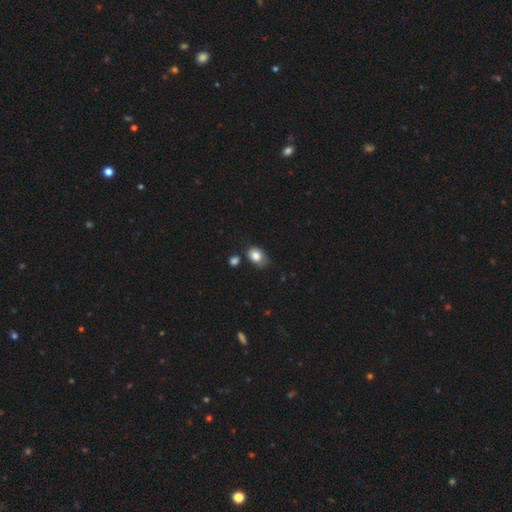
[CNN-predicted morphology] Smooth or featured? smooth (83%)
How rounded? in between (69%)
Merging? none (55%)